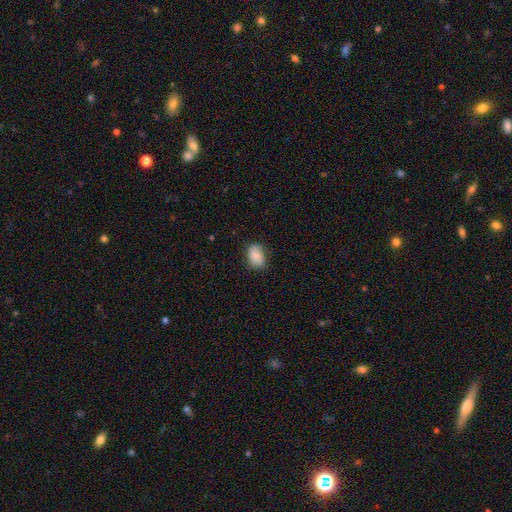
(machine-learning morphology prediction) This appears to be a smooth galaxy with no disk features (81%) that is in between round and cigar-shaped (82%). Merging: none (76%).